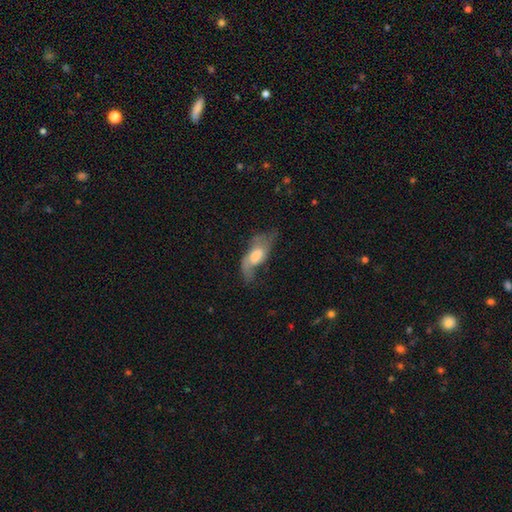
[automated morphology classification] type=featured or disk (53%); edge-on=no (82%); merging=none (38%).